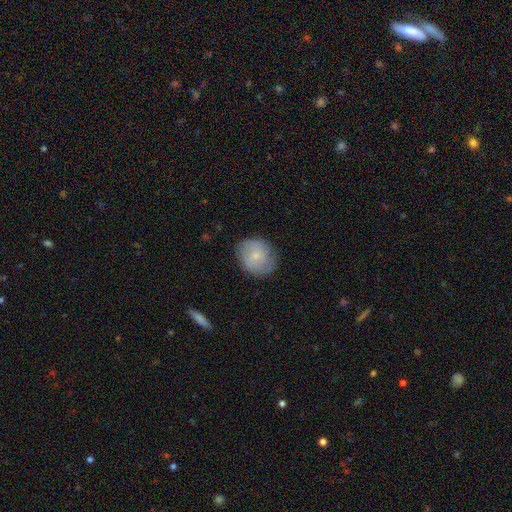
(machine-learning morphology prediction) A smooth galaxy with no disk features (62%) that is round (79%). Merging: none (77%).